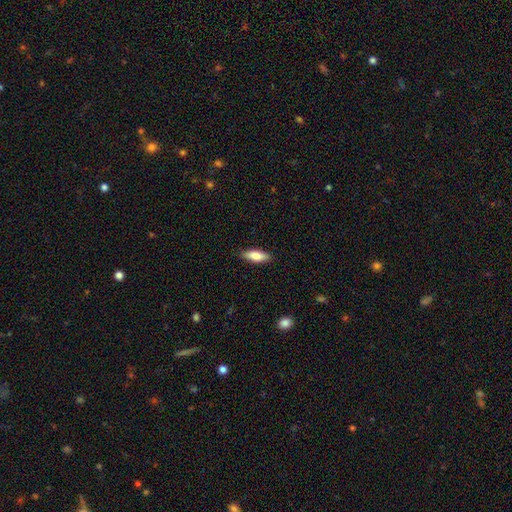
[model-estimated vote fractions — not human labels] A smooth galaxy with no disk features (77%) that is in between round and cigar-shaped (60%).

Vote fractions:
- Smooth or featured? smooth: 77% / featured or disk: 17% / star or artifact: 6%
- How rounded? in between: 60% / cigar-shaped: 38% / round: 2%
- Merging? none: 87% / minor disturbance: 10% / major disturbance: 2% / merger: 1%